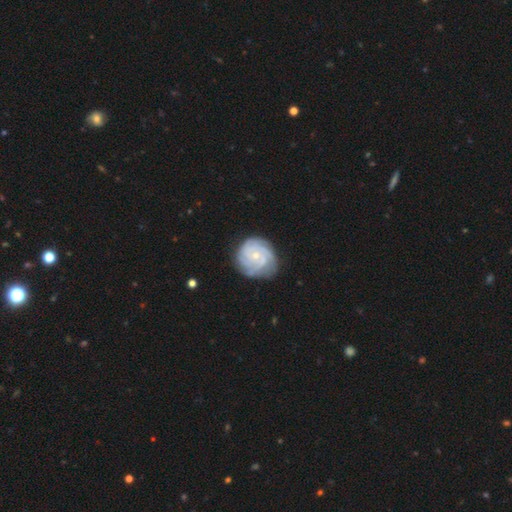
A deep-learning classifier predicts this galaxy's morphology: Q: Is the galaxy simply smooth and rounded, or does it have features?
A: featured or disk — 83%.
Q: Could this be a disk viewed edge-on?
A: no — 98%.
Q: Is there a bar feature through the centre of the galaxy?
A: no — 76%.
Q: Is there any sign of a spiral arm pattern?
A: yes — 97%.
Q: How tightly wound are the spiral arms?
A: tight — 78%.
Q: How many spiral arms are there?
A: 4 — 28%.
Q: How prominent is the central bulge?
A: small — 70%.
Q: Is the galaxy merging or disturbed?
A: none — 79%.